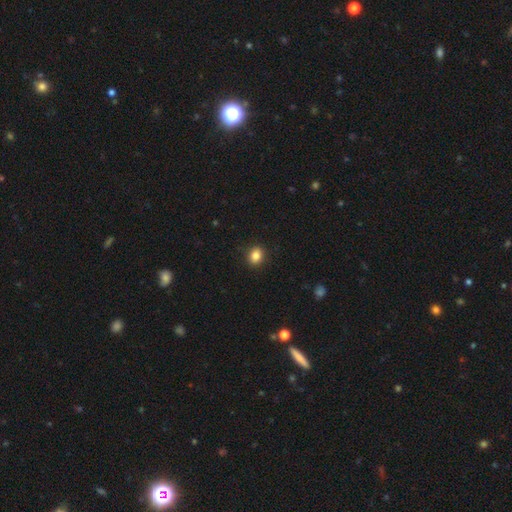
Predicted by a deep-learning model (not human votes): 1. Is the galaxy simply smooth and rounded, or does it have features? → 85% smooth, 10% star or artifact, 5% featured or disk.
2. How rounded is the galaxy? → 56% round, 43% in between, 1% cigar-shaped.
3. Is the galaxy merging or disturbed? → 90% none, 7% minor disturbance, 2% major disturbance, 1% merger.